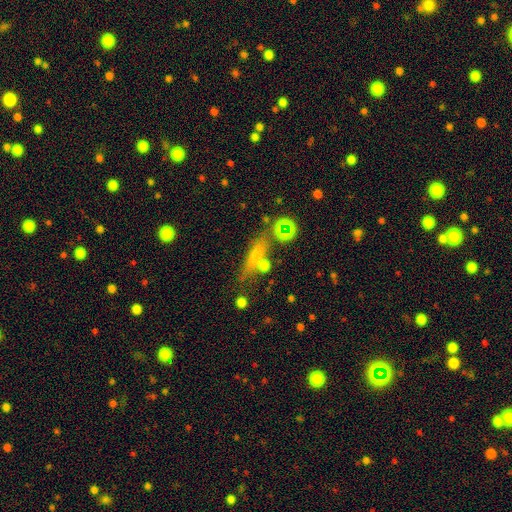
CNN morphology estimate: smooth 49%, featured or disk 29%, star or artifact 22%. Down the decision tree: merging — none (63%).